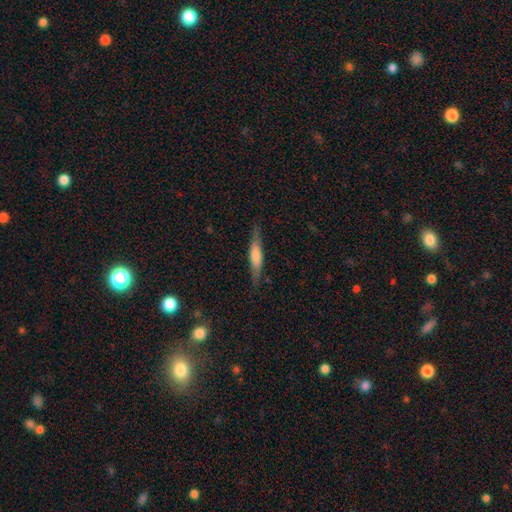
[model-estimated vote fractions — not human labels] This is possibly a smooth galaxy (48%). Merging: clearly none (83%).